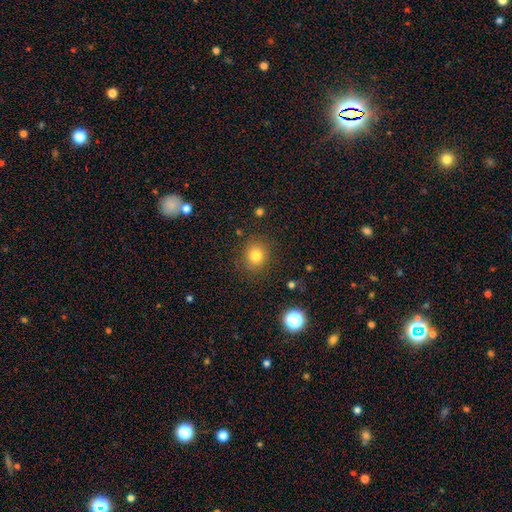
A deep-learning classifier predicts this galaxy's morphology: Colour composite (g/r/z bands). It shows a smooth galaxy with no disk features (80%) that is round (81%). Merging: none (86%).